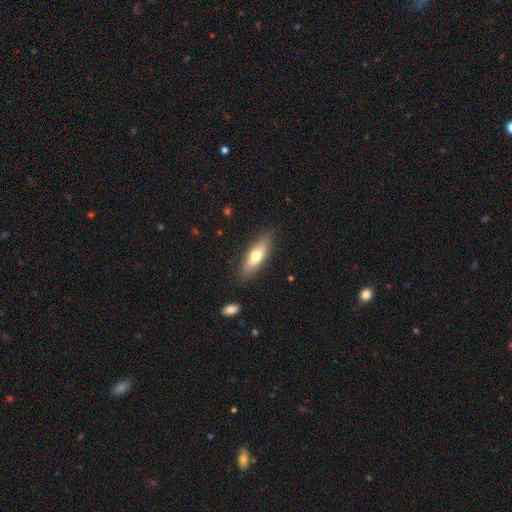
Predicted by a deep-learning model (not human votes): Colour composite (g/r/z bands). It shows a smooth galaxy with no disk features (66%) that is in between round and cigar-shaped (55%). Merging: none (85%).